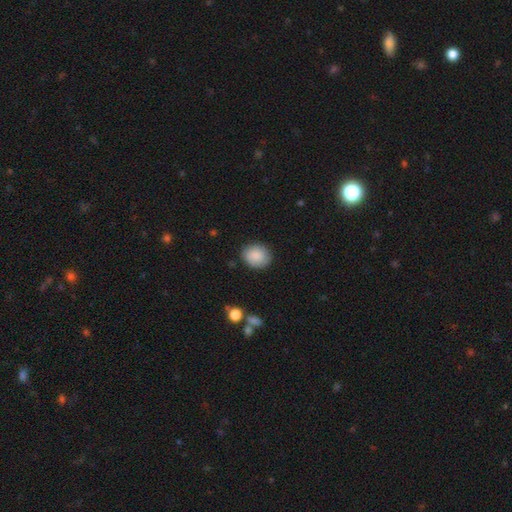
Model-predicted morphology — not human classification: type=smooth (87%); roundness=round (70%); merging=none (84%).